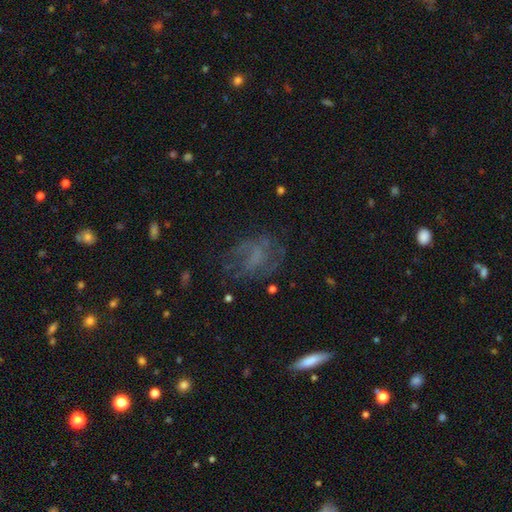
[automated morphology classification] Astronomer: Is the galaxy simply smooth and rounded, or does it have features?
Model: featured or disk — 54% (runner-up: smooth, 29%).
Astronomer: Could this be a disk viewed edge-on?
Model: no — 96%.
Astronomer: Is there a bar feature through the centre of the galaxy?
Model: no — 59%.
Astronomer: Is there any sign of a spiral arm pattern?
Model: yes — 65%.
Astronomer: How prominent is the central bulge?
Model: none — 62%.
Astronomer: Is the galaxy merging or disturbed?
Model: none — 57%.